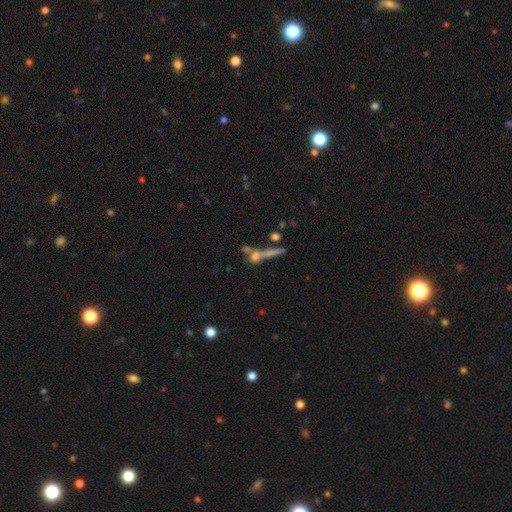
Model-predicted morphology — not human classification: A smooth galaxy with no disk features (52%) that is cigar-shaped (52%). Merging: none (45%).